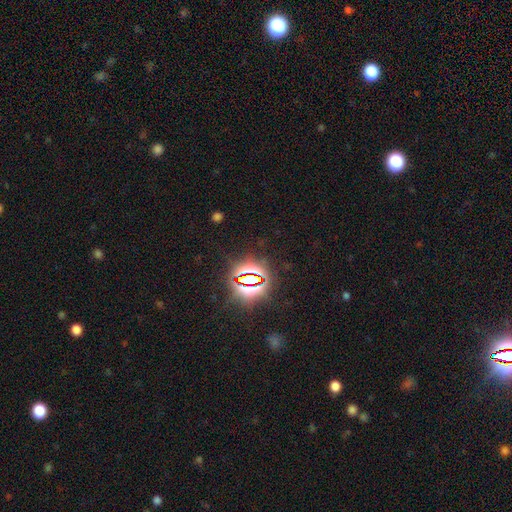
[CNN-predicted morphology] Smooth or featured? star or artifact (82%)